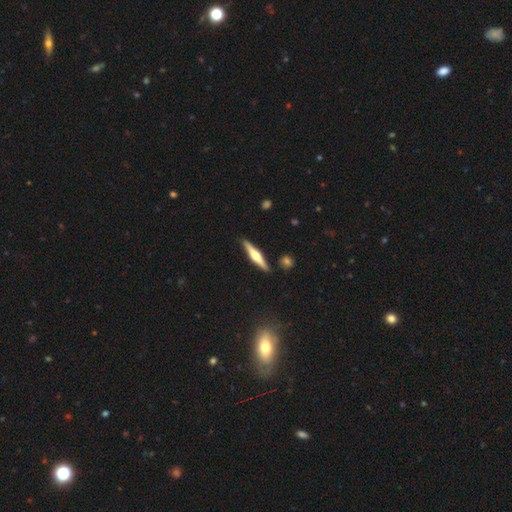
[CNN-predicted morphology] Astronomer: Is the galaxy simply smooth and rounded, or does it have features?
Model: featured or disk — 67%.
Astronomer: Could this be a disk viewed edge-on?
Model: yes — 97%.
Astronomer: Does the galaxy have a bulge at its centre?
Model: rounded — 91%.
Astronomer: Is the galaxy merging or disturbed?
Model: none — 89%.